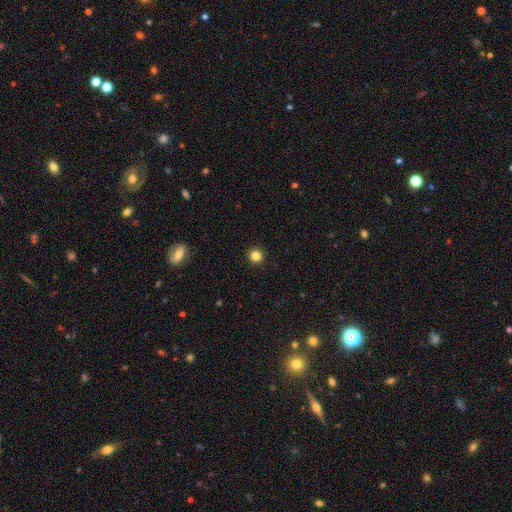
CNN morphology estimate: Overall: smooth (83%). How rounded: round (95%). Merging: none (93%).